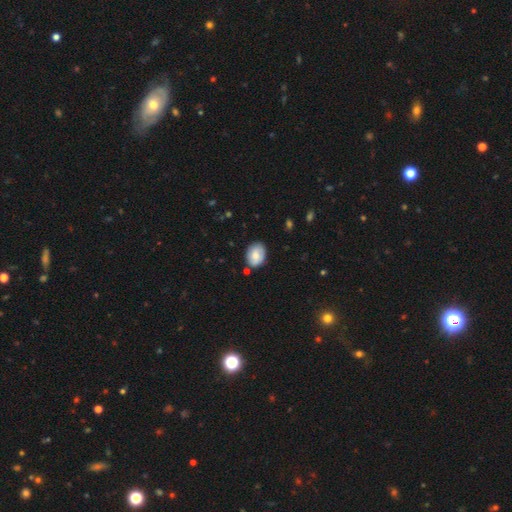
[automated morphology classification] A smooth galaxy with no disk features (74%) that is in between round and cigar-shaped (66%).

Vote fractions:
- Smooth or featured? smooth: 74% / featured or disk: 19% / star or artifact: 7%
- How rounded? in between: 66% / round: 33% / cigar-shaped: 1%
- Merging? none: 75% / minor disturbance: 19% / merger: 3% / major disturbance: 3%